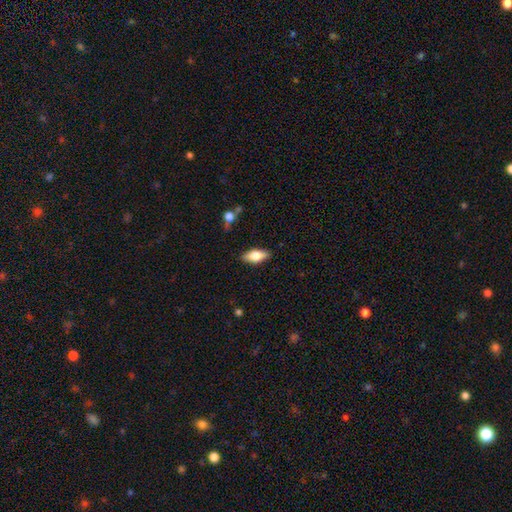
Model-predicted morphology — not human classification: Q: Smooth or featured?
A: smooth (69%); runner-up: featured or disk (24%)
Q: How rounded?
A: in between (81%); runner-up: cigar-shaped (16%)
Q: Merging?
A: none (86%); runner-up: minor disturbance (10%)